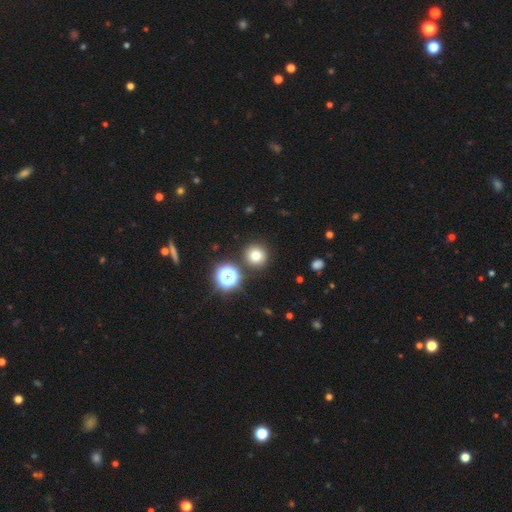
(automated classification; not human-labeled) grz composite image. It shows a smooth galaxy with no disk features (75%) that is round (93%). Merging: none (87%).